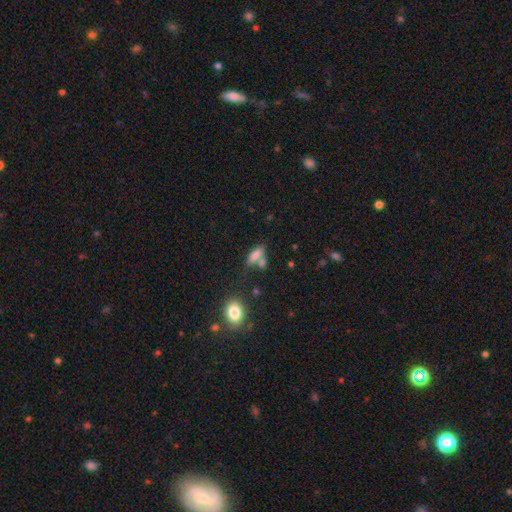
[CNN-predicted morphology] Smooth or featured? smooth (75%)
How rounded? in between (66%)
Merging? none (45%)